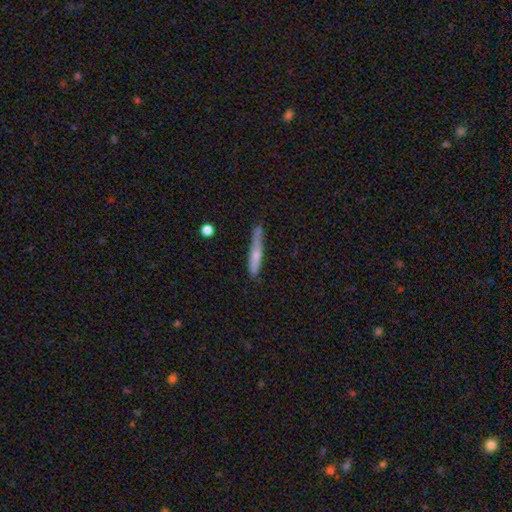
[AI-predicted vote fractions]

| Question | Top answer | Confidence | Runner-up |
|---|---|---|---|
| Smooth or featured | smooth | 56% | featured or disk (37%) |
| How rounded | cigar-shaped | 92% | in between (7%) |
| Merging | none | 68% | minor disturbance (23%) |